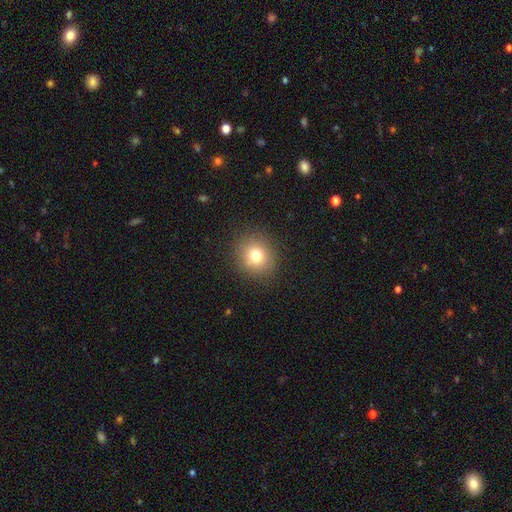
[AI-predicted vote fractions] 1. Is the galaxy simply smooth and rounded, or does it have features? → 77% smooth, 13% star or artifact, 10% featured or disk.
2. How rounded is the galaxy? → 86% round, 13% in between, 1% cigar-shaped.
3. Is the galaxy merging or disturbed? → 89% none, 7% minor disturbance, 3% major disturbance, 1% merger.